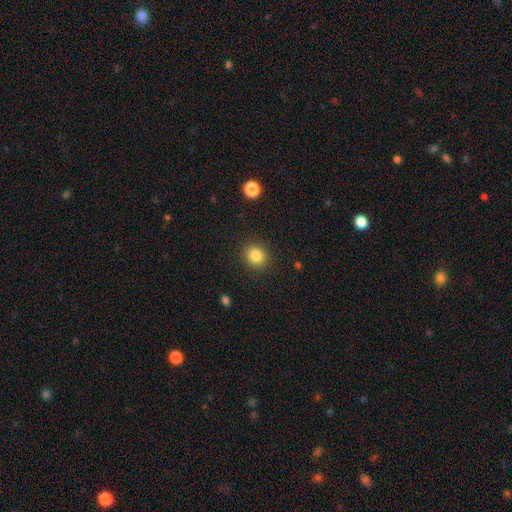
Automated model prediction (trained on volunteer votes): The model was most divided on "how rounded": round: 76%, in between: 23%, cigar-shaped: 1%. More confident: merging — none (89%); smooth or featured — smooth (84%).